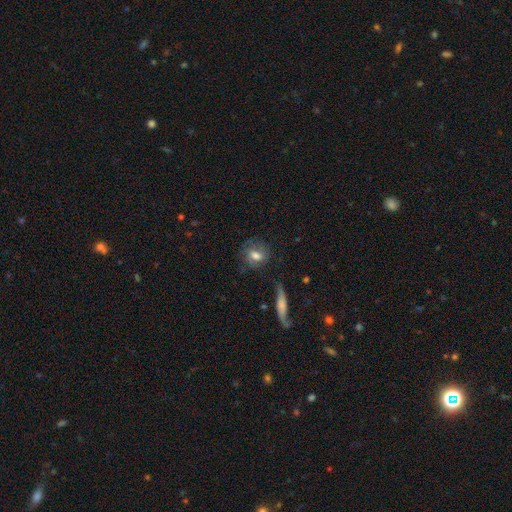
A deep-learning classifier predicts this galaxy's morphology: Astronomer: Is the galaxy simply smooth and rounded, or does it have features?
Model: smooth — 55% (runner-up: featured or disk, 35%).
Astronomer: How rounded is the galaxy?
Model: round — 49% (runner-up: in between, 47%).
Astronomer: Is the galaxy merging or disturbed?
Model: none — 62%.